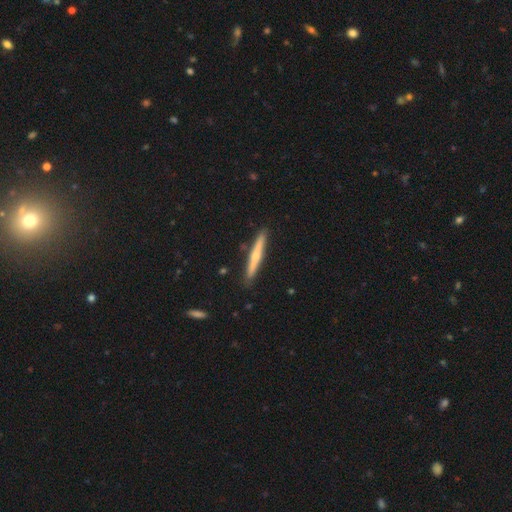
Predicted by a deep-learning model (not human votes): Smooth or featured: featured or disk — 48% (smooth — 47%)
Merging: none — 89% (minor disturbance — 7%)